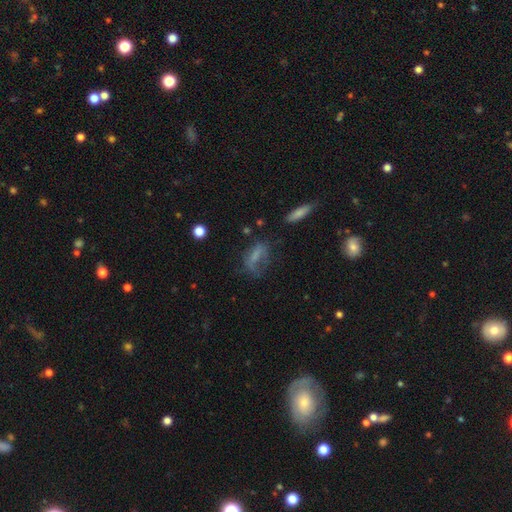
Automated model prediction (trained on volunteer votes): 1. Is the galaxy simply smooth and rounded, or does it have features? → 51% smooth, 32% featured or disk, 16% star or artifact.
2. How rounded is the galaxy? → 68% in between, 22% cigar-shaped, 10% round.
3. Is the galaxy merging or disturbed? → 41% none, 30% major disturbance, 25% minor disturbance, 4% merger.